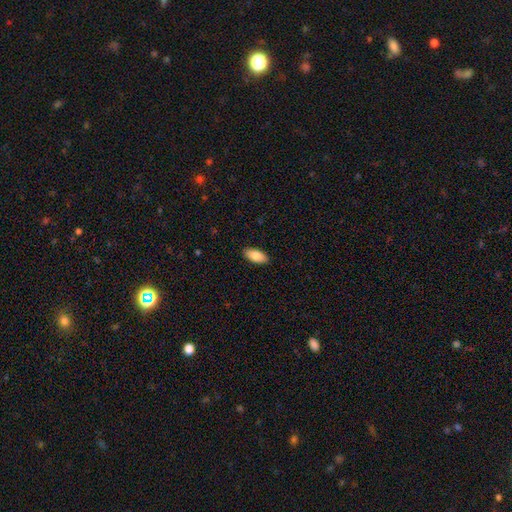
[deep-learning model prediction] Q: Smooth or featured?
A: smooth (86%); runner-up: featured or disk (8%)
Q: How rounded?
A: in between (91%); runner-up: cigar-shaped (7%)
Q: Merging?
A: none (89%); runner-up: minor disturbance (8%)